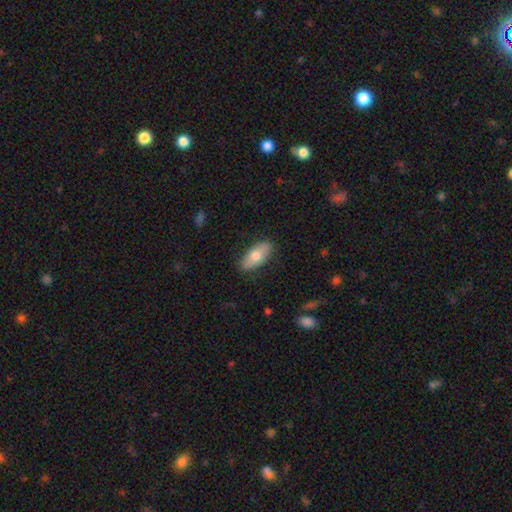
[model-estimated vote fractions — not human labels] This appears to be a smooth galaxy with no disk features (71%) that is in between round and cigar-shaped (88%). Merging: none (85%).